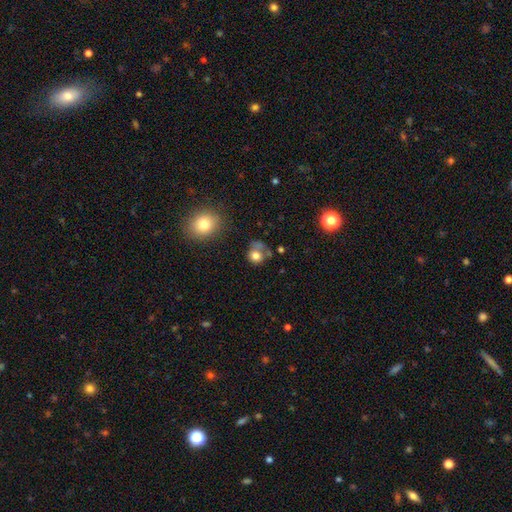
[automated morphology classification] Smooth or featured?
  - smooth: 75% *
  - featured or disk: 12%
  - star or artifact: 12%
How rounded?
  - round: 77% *
  - in between: 22%
  - cigar-shaped: 1%
Merging?
  - none: 47% *
  - minor disturbance: 21%
  - major disturbance: 16%
  - merger: 16%